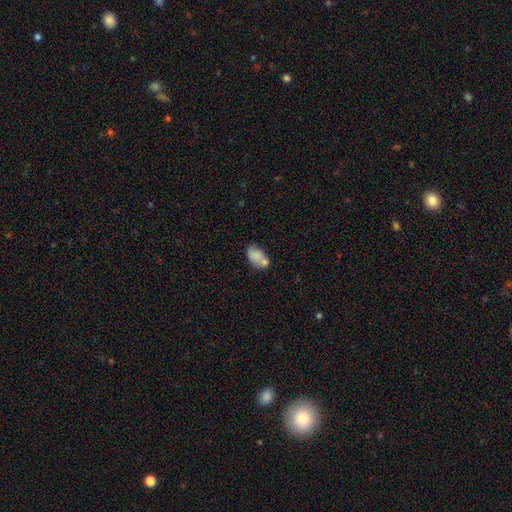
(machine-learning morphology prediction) smooth_or_featured: smooth (p=0.74) [alt: featured or disk p=0.18]
how_rounded: in between (p=0.84) [alt: round p=0.15]
merging: none (p=0.39) [alt: merger p=0.34]